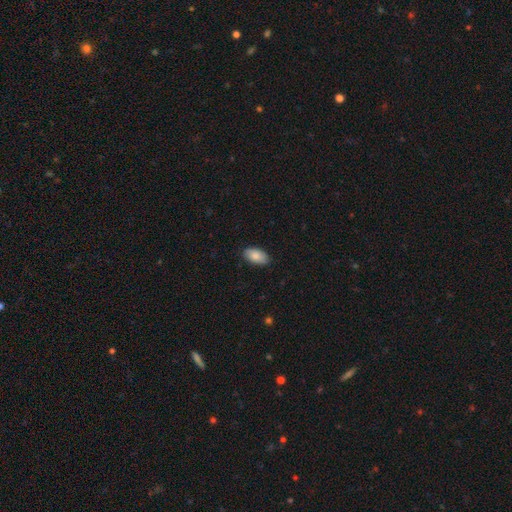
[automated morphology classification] smooth 85%, featured or disk 9%, star or artifact 6%. Down the decision tree: how rounded — in between (95%); merging — none (86%).